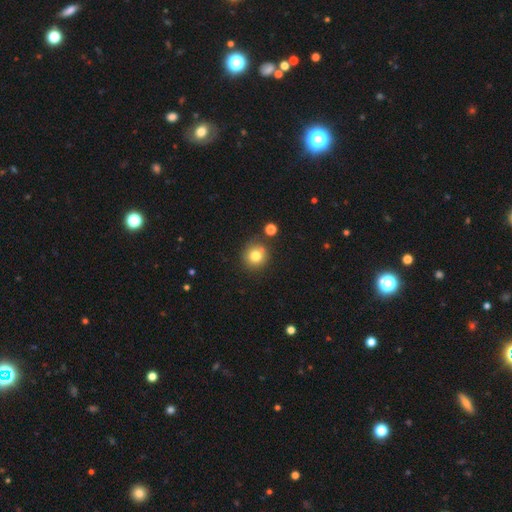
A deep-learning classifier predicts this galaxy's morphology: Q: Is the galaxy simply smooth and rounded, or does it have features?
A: smooth — 79%.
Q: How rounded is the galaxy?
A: round — 91%.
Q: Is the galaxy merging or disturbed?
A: none — 79%.